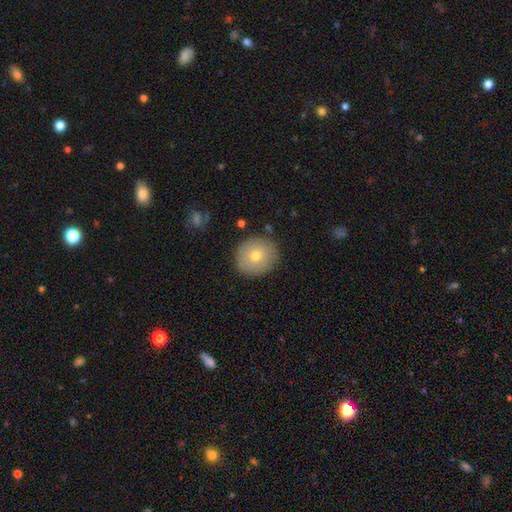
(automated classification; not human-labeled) Morphology: type=smooth (73%); roundness=round (88%); merging=none (88%).